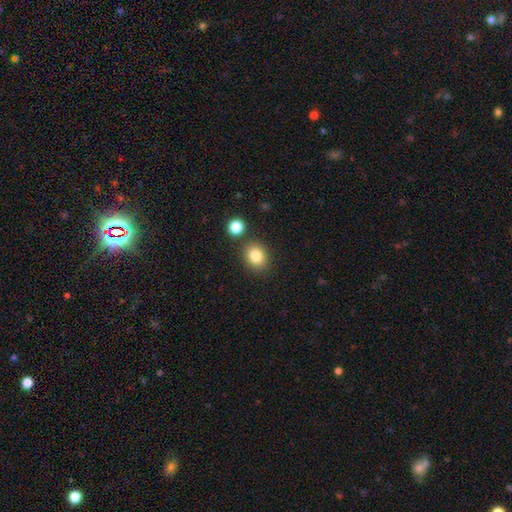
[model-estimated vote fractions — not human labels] Smooth or featured? Predicted: smooth (p=0.83). How rounded? Predicted: round (p=0.55). Merging? Predicted: none (p=0.81).